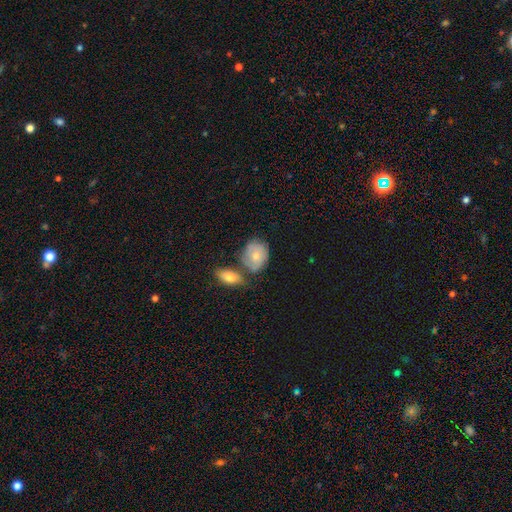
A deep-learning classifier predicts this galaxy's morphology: type=smooth (65%); roundness=in between (50%); merging=none (48%).